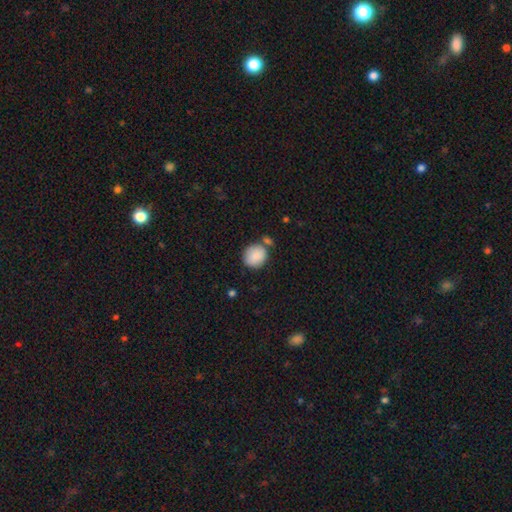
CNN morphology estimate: Q: Smooth or featured?
A: smooth (87%); runner-up: star or artifact (7%)
Q: How rounded?
A: round (79%); runner-up: in between (20%)
Q: Merging?
A: none (67%); runner-up: minor disturbance (15%)